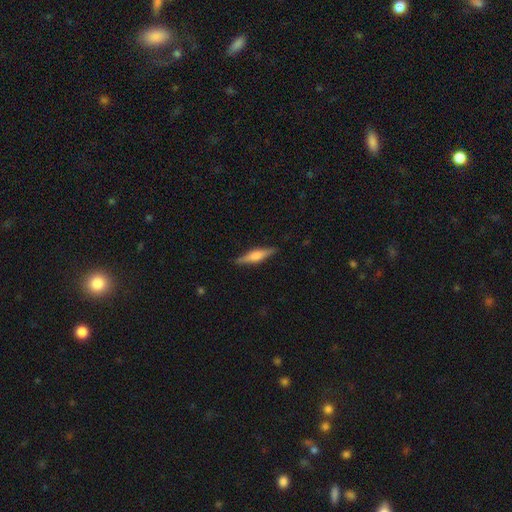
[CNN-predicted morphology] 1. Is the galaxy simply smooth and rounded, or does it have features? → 60% featured or disk, 34% smooth, 6% star or artifact.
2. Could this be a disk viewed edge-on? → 97% yes, 3% no.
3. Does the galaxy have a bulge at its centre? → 81% rounded, 14% boxy, 5% none.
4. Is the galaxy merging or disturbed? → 89% none, 8% minor disturbance, 2% major disturbance, 1% merger.